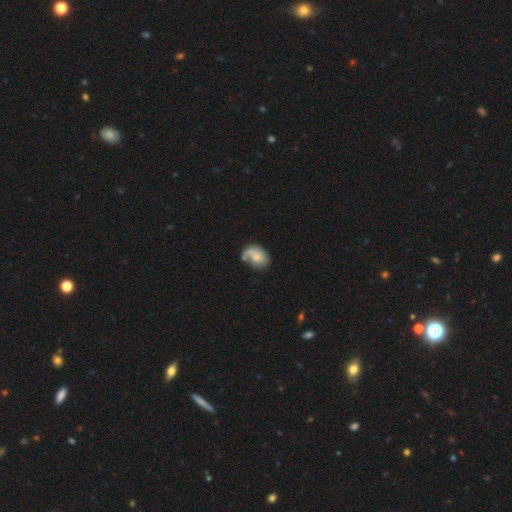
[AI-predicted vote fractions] Smooth or featured? featured or disk (48%)
Merging? none (42%)